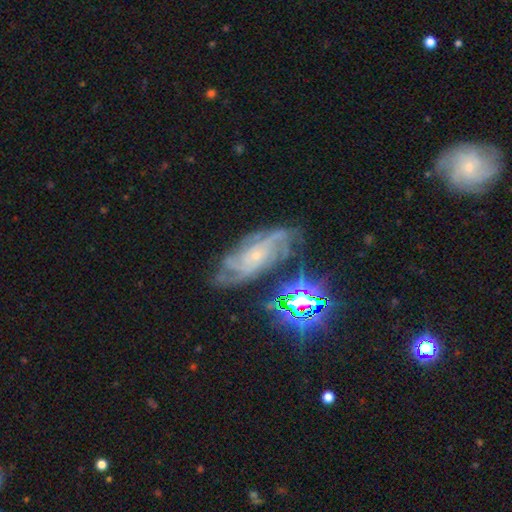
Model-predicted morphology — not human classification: smooth-or-featured: featured or disk: 82% | star or artifact: 11% | smooth: 7%
  disk-edge-on: no: 94% | yes: 6%
    bar: no: 69% | weak: 23% | strong: 7%
    has-spiral-arms: yes: 97% | no: 3%
      spiral-winding: tight: 52% | medium: 38% | loose: 9%
      spiral-arm-count: can't tell: 24% | 3: 23% | 4: 22% | 2: 17% | more than 4: 9% | 1: 6%
    bulge-size: small: 81% | moderate: 14% | none: 3% | large: 1% | dominant: 1%
  merging: none: 69% | minor disturbance: 20% | major disturbance: 9% | merger: 3%